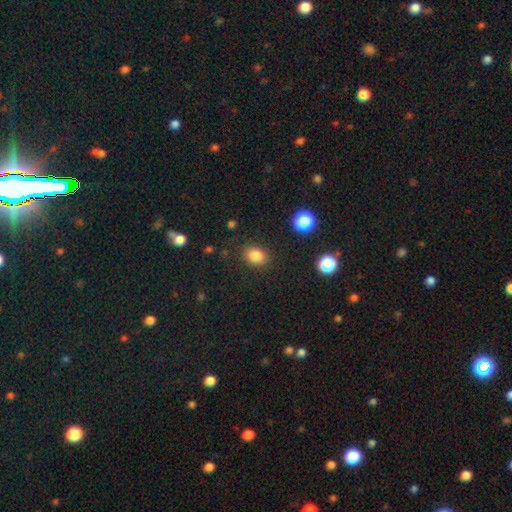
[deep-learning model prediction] This appears to be a smooth galaxy with no disk features (83%) that is in between round and cigar-shaped (60%). Merging: none (85%).